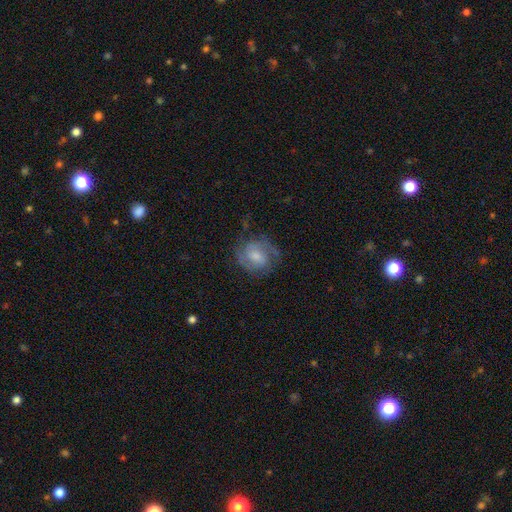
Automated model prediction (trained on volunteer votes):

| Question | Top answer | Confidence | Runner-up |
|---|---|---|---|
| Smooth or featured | featured or disk | 61% | smooth (32%) |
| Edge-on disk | no | 98% | yes (2%) |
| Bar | weak | 46% | no (43%) |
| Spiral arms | yes | 87% | no (13%) |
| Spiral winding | medium | 47% | tight (36%) |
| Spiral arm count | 2 | 70% | can't tell (16%) |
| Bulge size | moderate | 41% | small (34%) |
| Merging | none | 62% | minor disturbance (22%) |